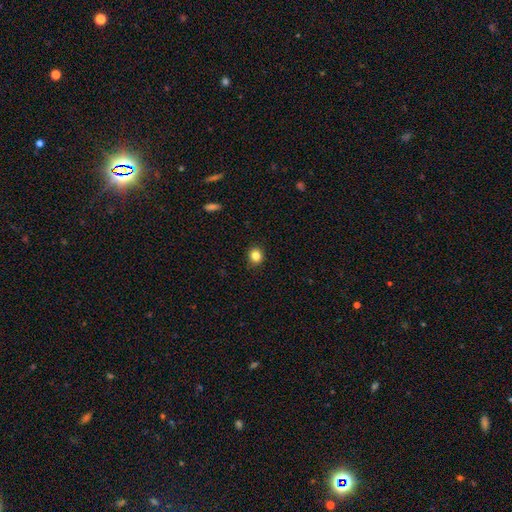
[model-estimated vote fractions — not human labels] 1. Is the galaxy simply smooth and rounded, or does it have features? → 83% smooth, 12% star or artifact, 5% featured or disk.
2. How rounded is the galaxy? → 86% round, 13% in between, 1% cigar-shaped.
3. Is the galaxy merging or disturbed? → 91% none, 6% minor disturbance, 2% major disturbance, 1% merger.